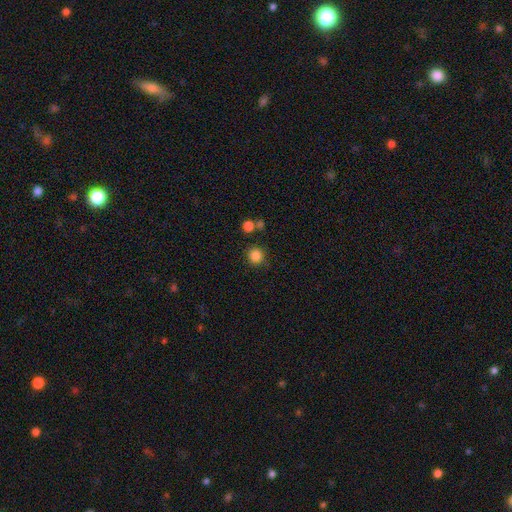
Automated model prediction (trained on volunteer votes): This appears to be a smooth galaxy with no disk features (86%) that is round (91%). Merging: none (84%).